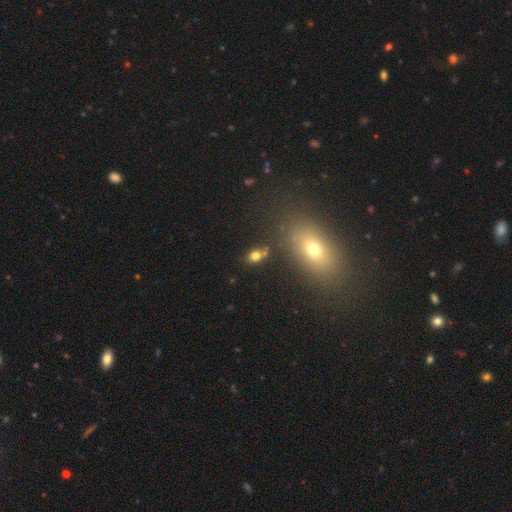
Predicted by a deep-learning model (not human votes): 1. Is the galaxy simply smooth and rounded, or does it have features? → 74% smooth, 15% star or artifact, 11% featured or disk.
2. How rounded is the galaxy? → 73% in between, 23% round, 3% cigar-shaped.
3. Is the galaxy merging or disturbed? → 67% none, 14% merger, 14% minor disturbance, 5% major disturbance.